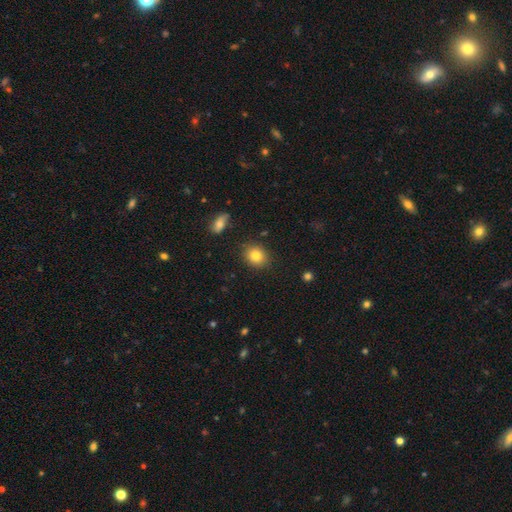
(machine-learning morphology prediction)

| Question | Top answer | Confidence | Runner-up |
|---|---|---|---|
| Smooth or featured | smooth | 82% | star or artifact (10%) |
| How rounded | round | 66% | in between (33%) |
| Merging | none | 87% | minor disturbance (9%) |